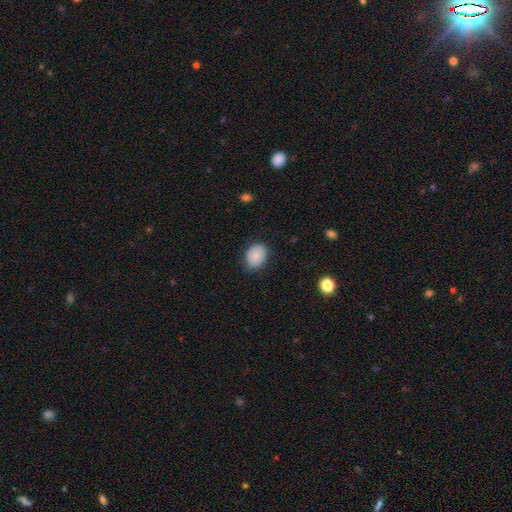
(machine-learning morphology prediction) Overall: smooth (86%). How rounded: in between (66%; round 34%). Merging: none (79%).